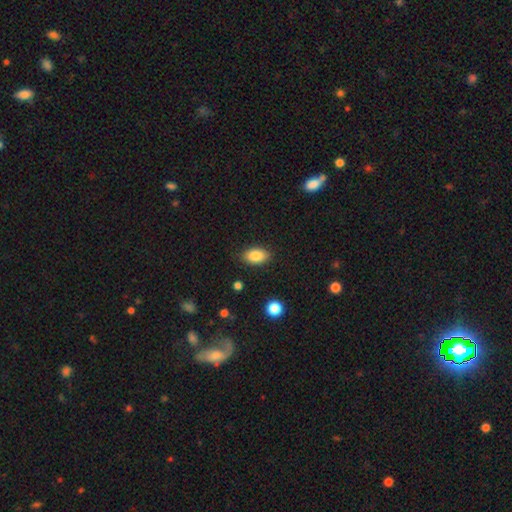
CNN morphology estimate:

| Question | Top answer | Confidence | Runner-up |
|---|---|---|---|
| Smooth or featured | smooth | 85% | star or artifact (8%) |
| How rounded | in between | 90% | round (8%) |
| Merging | none | 86% | minor disturbance (11%) |